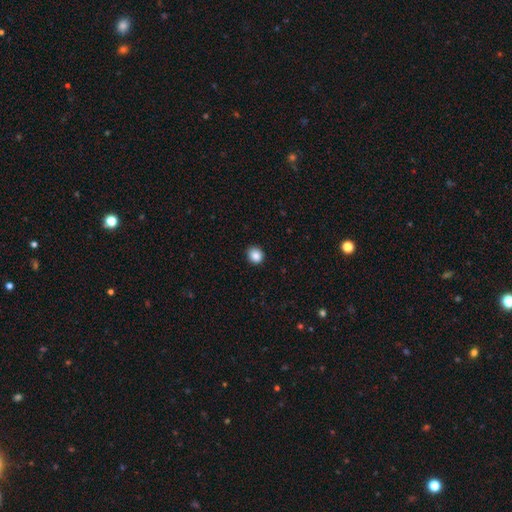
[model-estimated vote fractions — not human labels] Smooth or featured? smooth (87%)
How rounded? round (77%)
Merging? none (88%)